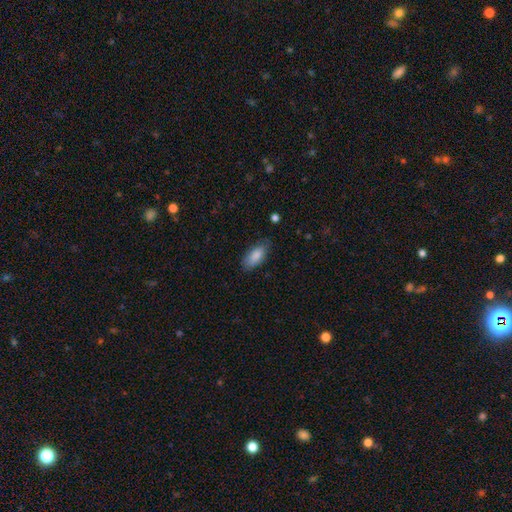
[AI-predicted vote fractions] This is clearly a smooth galaxy (86%). How rounded: clearly in between (88%). Merging: likely none (77%).